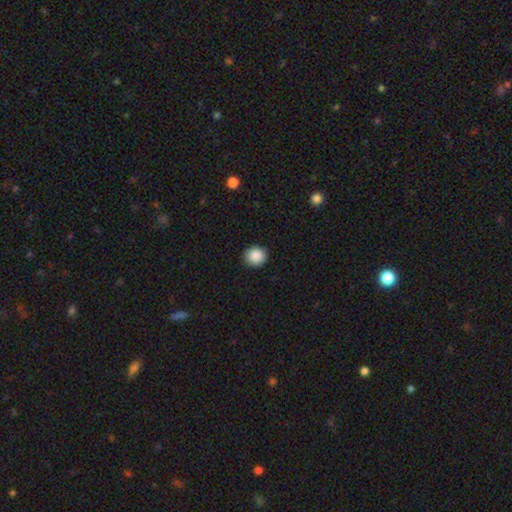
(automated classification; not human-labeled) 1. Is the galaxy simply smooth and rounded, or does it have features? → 88% smooth, 9% star or artifact, 3% featured or disk.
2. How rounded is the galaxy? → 88% round, 11% in between, 1% cigar-shaped.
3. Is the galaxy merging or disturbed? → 90% none, 7% minor disturbance, 2% major disturbance, 1% merger.